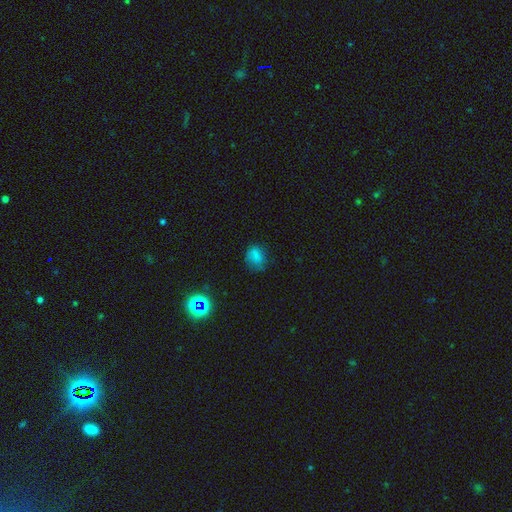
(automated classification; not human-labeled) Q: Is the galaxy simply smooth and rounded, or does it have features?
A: smooth — 76%.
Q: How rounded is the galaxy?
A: in between — 59%.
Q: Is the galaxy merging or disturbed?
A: none — 61%.